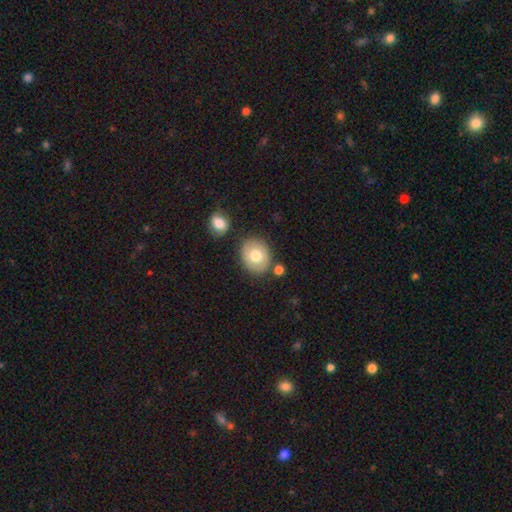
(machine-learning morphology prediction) smooth 73%, featured or disk 20%, star or artifact 7%. Down the decision tree: how rounded — round (56%); merging — none (77%).